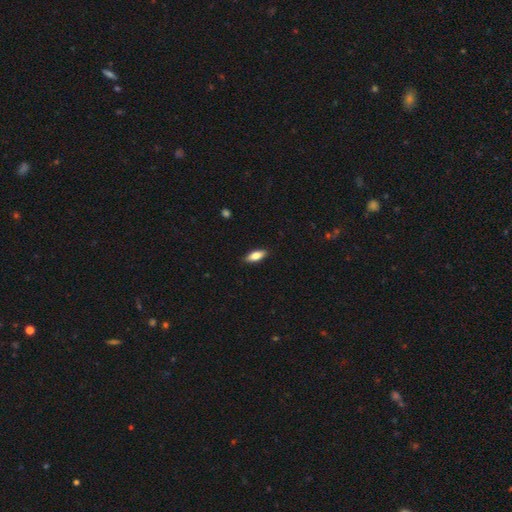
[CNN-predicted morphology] smooth 76%, featured or disk 17%, star or artifact 6%. Down the decision tree: how rounded — in between (75%); merging — none (89%).